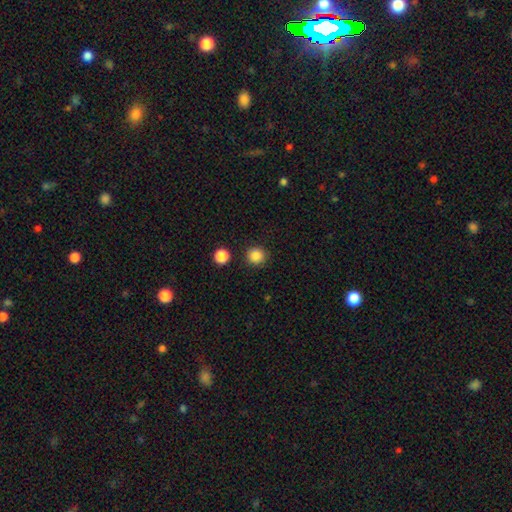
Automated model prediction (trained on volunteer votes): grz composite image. It shows a smooth galaxy with no disk features (86%) that is round (93%). Merging: none (88%).